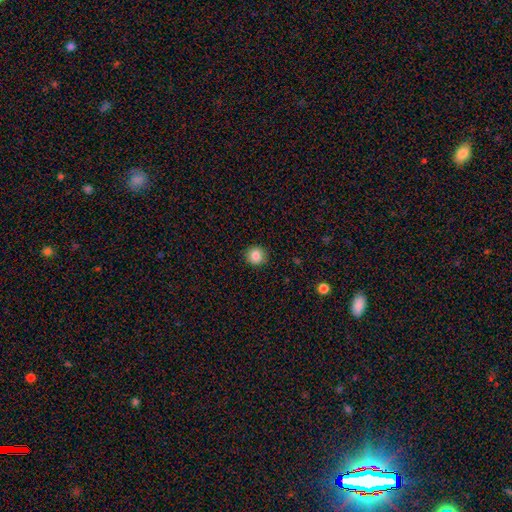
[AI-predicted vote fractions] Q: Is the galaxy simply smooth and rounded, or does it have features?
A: smooth — 86%.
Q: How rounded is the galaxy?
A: round — 92%.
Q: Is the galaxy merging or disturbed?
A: none — 91%.